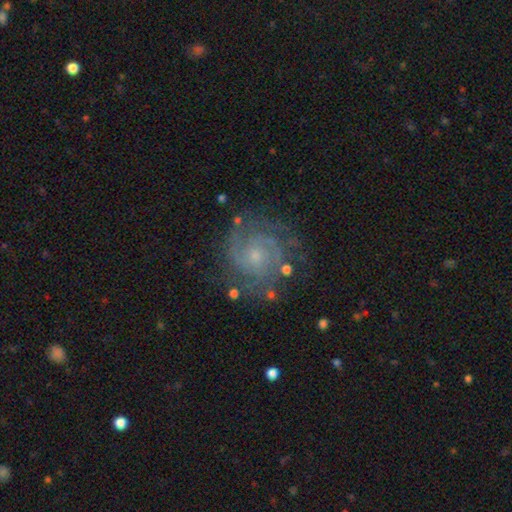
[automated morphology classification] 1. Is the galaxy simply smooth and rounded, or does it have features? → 85% featured or disk, 8% smooth, 7% star or artifact.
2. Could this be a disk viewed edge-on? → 98% no, 2% yes.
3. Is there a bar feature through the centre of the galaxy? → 72% no, 24% weak, 4% strong.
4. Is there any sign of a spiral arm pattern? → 96% yes, 4% no.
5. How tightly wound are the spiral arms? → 63% tight, 31% medium, 6% loose.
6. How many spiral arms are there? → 42% 2, 21% 3, 20% can't tell, 7% 4, 5% 1, 5% more than 4.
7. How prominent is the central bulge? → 68% small, 25% moderate, 4% none, 1% large, 1% dominant.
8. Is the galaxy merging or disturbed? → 74% none, 16% minor disturbance, 8% major disturbance, 2% merger.